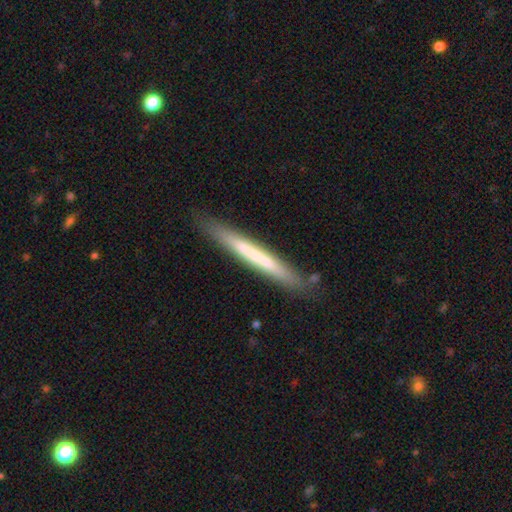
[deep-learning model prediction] Smooth or featured? smooth (55%)
How rounded? cigar-shaped (97%)
Merging? none (86%)